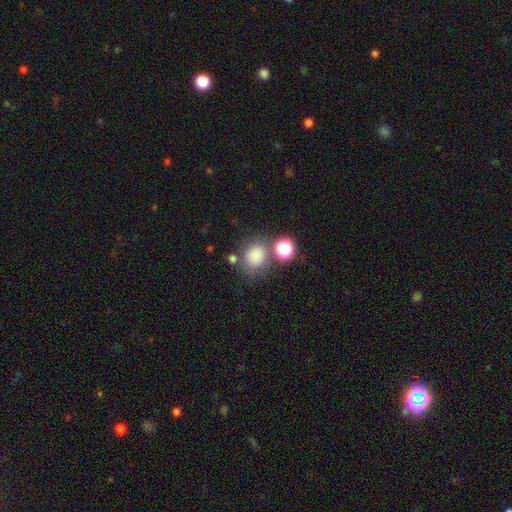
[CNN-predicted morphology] smooth-or-featured: smooth: 79% | star or artifact: 14% | featured or disk: 7%
  how-rounded: round: 69% | in between: 30% | cigar-shaped: 1%
  merging: none: 65% | merger: 16% | minor disturbance: 14% | major disturbance: 6%